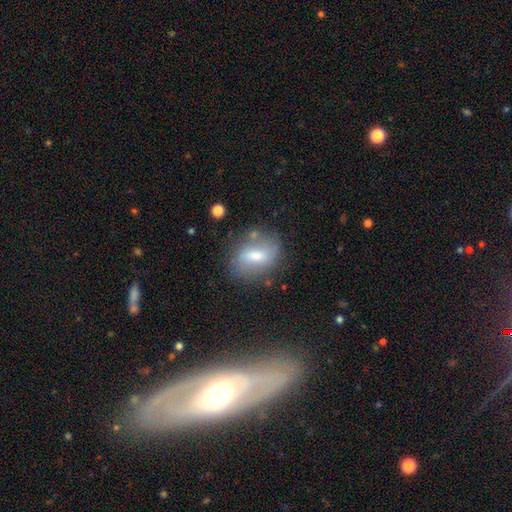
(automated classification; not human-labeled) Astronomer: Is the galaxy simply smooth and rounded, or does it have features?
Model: smooth — 48% (runner-up: featured or disk, 42%).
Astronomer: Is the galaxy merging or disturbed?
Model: none — 68%.